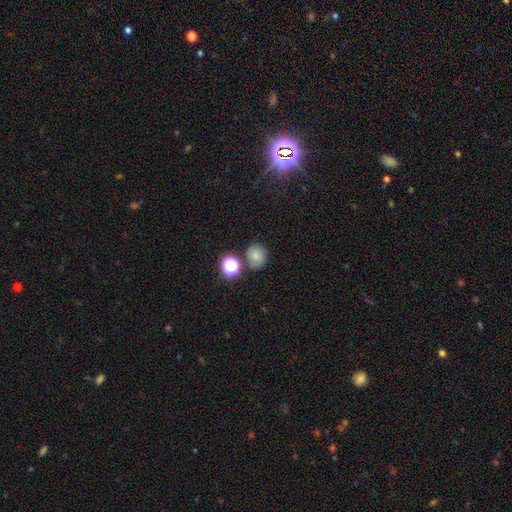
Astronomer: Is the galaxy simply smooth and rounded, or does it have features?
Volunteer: smooth — 86%.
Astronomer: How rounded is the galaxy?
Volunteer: round — 81%.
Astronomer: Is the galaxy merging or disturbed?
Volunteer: none — 76%.